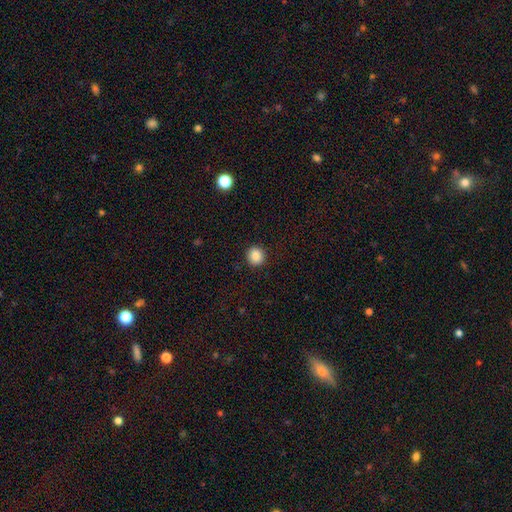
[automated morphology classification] smooth_or_featured: smooth (p=0.87) [alt: star or artifact p=0.09]
how_rounded: round (p=0.90) [alt: in between p=0.09]
merging: none (p=0.92) [alt: minor disturbance p=0.05]